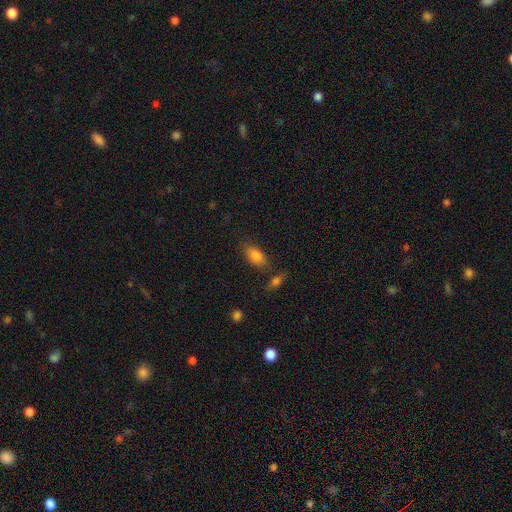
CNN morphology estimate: Smooth or featured? Predicted: smooth (p=0.82). How rounded? Predicted: in between (p=0.88). Merging? Predicted: none (p=0.70).